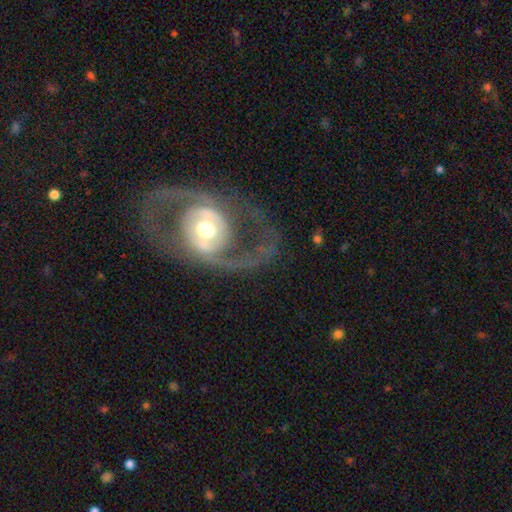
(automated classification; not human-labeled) Morphology: type=featured or disk (88%); edge-on=no (97%); bar=no (52%); spiral arms=yes (89%); winding=medium (56%); arm count=2 (92%); bulge=moderate (59%); merging=none (77%).